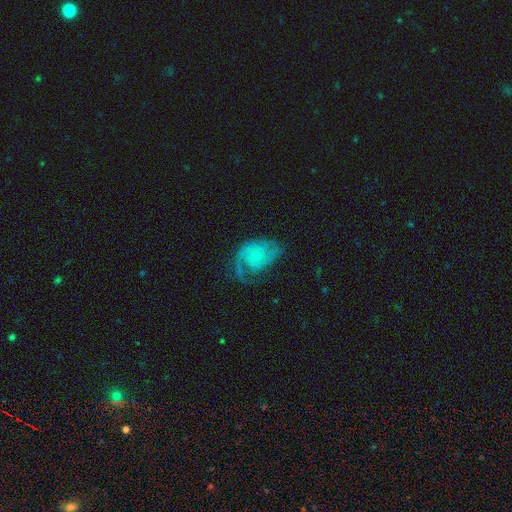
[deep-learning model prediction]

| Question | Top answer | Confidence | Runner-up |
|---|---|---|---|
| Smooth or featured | featured or disk | 79% | smooth (15%) |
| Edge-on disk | no | 98% | yes (2%) |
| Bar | no | 78% | weak (20%) |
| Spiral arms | yes | 93% | no (7%) |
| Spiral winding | medium | 41% | tight (39%) |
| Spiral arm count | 2 | 46% | 1 (22%) |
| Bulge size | small | 77% | moderate (16%) |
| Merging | none | 51% | major disturbance (24%) |